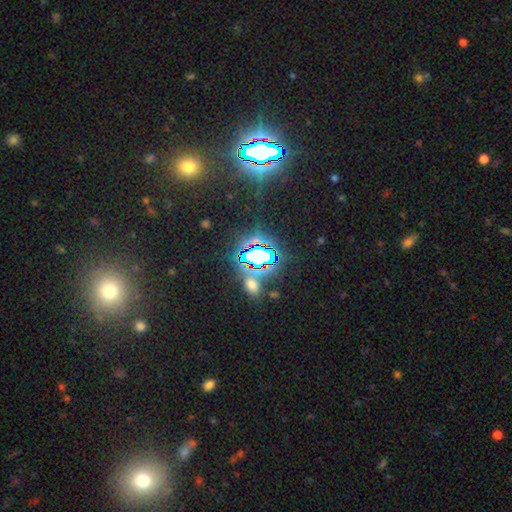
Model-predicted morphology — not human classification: Smooth or featured: star or artifact — 72% (smooth — 18%)